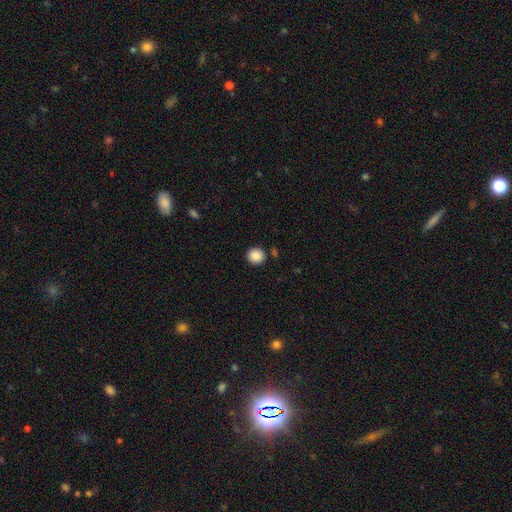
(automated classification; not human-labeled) smooth-or-featured: smooth: 88% | star or artifact: 9% | featured or disk: 3%
  how-rounded: round: 91% | in between: 8% | cigar-shaped: 1%
  merging: none: 89% | minor disturbance: 6% | merger: 3% | major disturbance: 2%